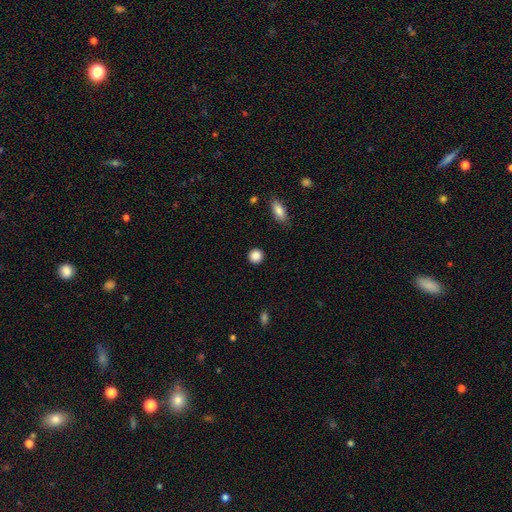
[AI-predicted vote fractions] A smooth galaxy with no disk features (88%) that is round (92%). Merging: none (91%).